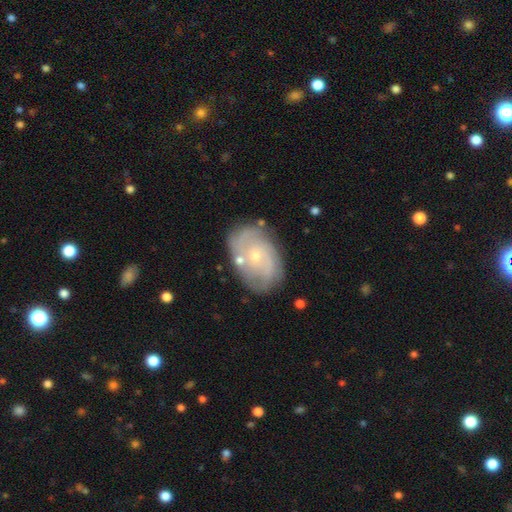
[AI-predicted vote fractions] This appears to be a featured or disk galaxy (72%) with no bar (73%), 2 (41%) tight (49%) spiral arms (84%) and a small central bulge (77%). Merging: none (71%).